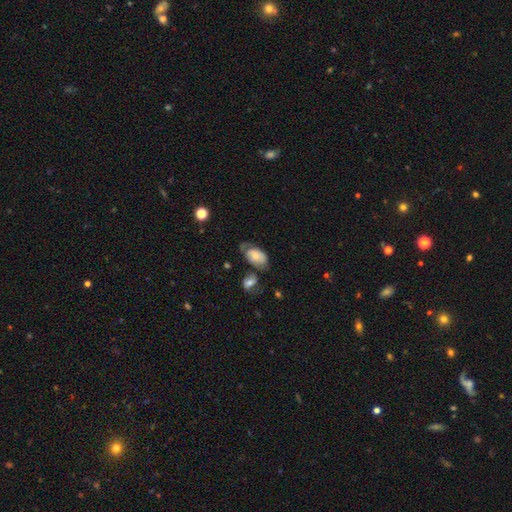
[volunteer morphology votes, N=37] Volunteers were most divided on "merging": major disturbance: 33%, minor disturbance: 28%, none: 22%, merger: 17%. More confident: how rounded — in between (90%); smooth or featured — smooth (54%).